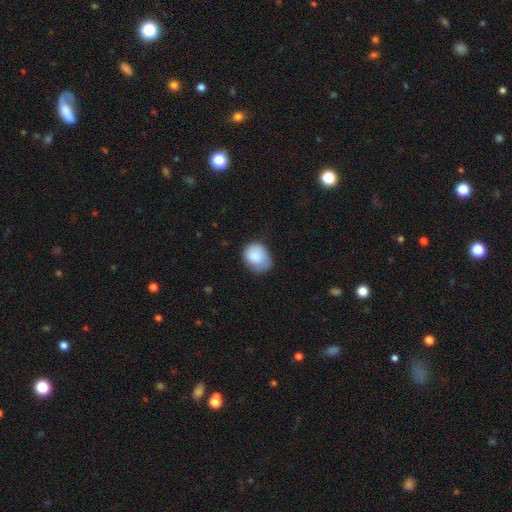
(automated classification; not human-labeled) This is clearly a smooth galaxy (85%). How rounded: possibly round (54%). Merging: possibly none (52%).